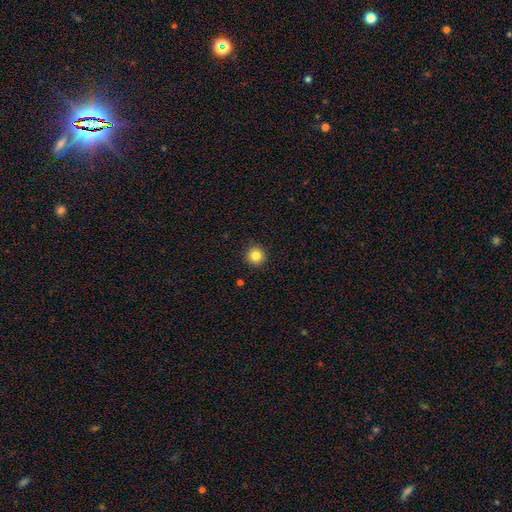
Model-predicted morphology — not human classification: This appears to be a smooth galaxy with no disk features (84%) that is round (95%). Merging: none (92%).